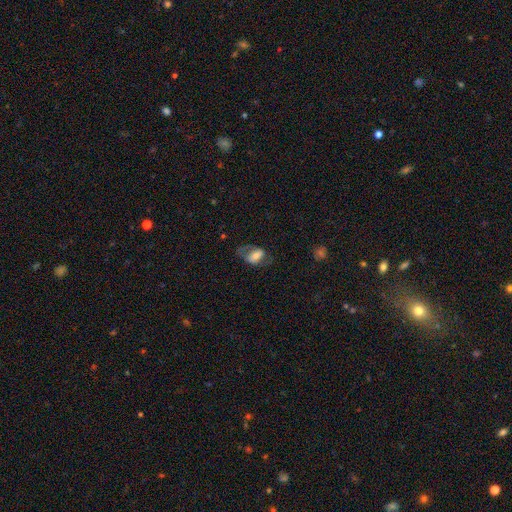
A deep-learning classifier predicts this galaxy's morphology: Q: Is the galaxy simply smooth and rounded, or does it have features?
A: smooth — 50%.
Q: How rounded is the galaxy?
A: in between — 85%.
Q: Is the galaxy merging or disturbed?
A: none — 50%.